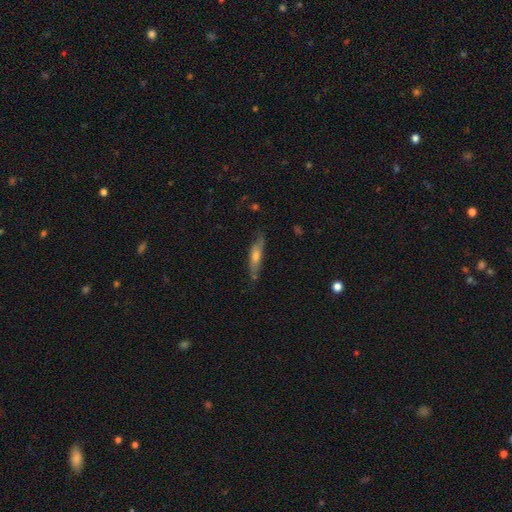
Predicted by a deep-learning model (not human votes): The model was most divided on "smooth or featured": smooth: 48%, featured or disk: 45%, star or artifact: 7%. More confident: merging — none (73%).